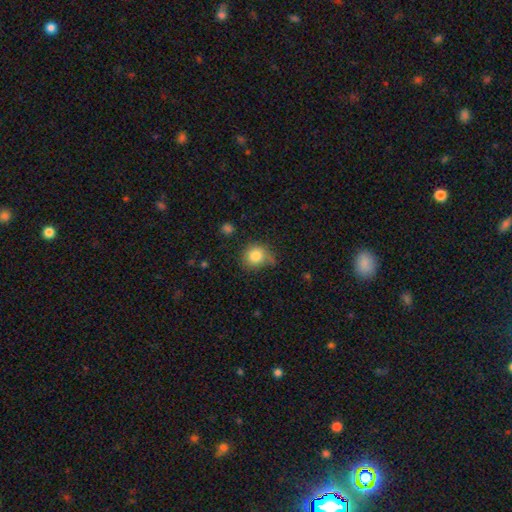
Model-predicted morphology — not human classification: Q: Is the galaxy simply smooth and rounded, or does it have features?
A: smooth — 83%.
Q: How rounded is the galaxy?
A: round — 86%.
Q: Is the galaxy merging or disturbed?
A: none — 68%.